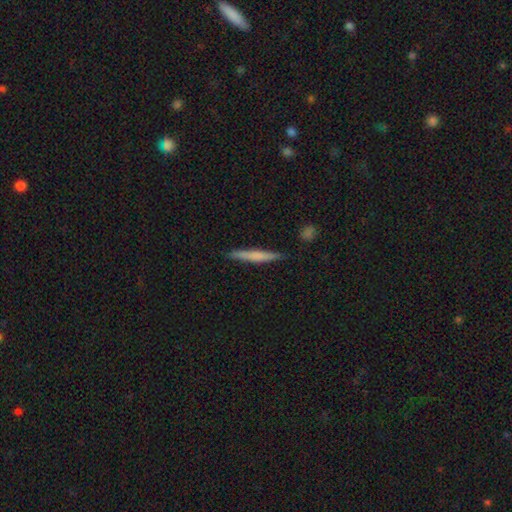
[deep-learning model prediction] Q: Smooth or featured?
A: smooth (63%); runner-up: featured or disk (32%)
Q: How rounded?
A: cigar-shaped (95%); runner-up: in between (3%)
Q: Merging?
A: none (87%); runner-up: minor disturbance (9%)